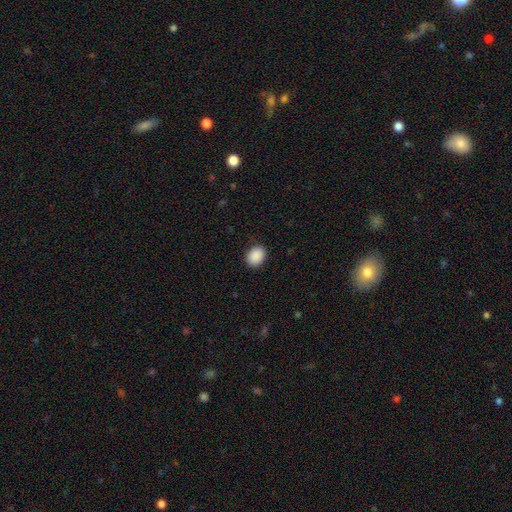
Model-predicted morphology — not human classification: smooth-or-featured: smooth: 90% | star or artifact: 8% | featured or disk: 2%
  how-rounded: in between: 58% | round: 41% | cigar-shaped: 1%
  merging: none: 88% | minor disturbance: 9% | major disturbance: 2% | merger: 1%